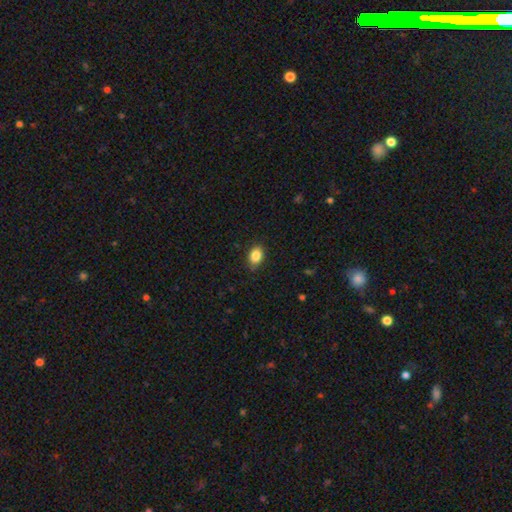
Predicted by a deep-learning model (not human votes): This appears to be a smooth galaxy with no disk features (86%) that is in between round and cigar-shaped (78%). Merging: none (84%).